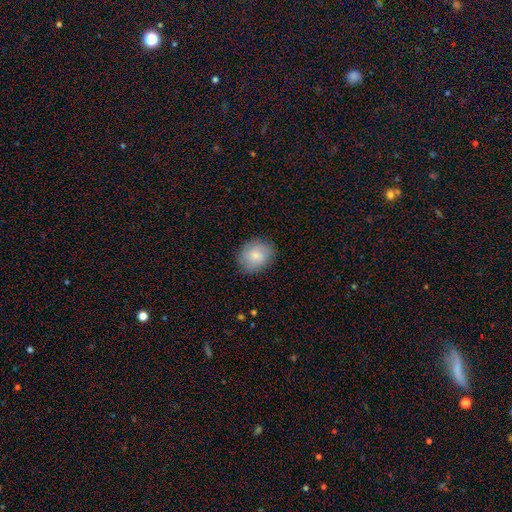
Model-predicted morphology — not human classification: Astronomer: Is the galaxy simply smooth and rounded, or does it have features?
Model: smooth — 76%.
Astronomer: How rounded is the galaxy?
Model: round — 61% (runner-up: in between, 38%).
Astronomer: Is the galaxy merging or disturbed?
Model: none — 83%.